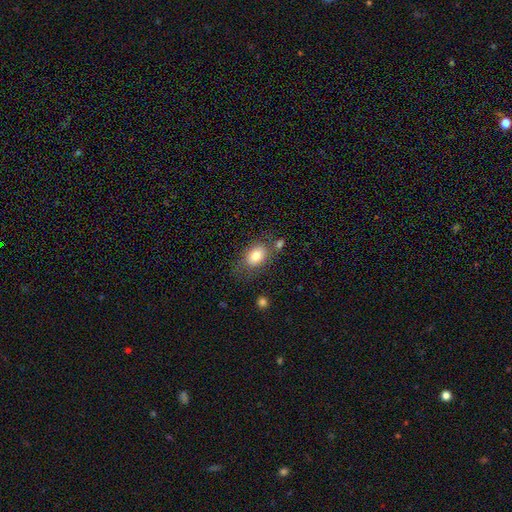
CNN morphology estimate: This is likely a smooth galaxy (79%). How rounded: likely in between (74%). Merging: likely none (65%).